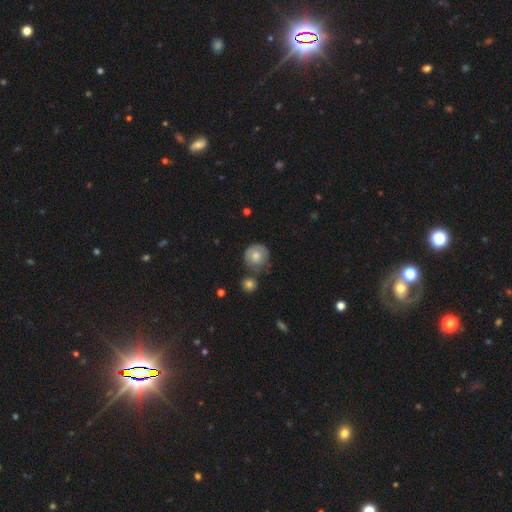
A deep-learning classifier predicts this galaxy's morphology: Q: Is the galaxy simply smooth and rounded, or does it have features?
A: smooth — 69%.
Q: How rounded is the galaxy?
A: round — 92%.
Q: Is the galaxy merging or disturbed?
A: none — 62%.